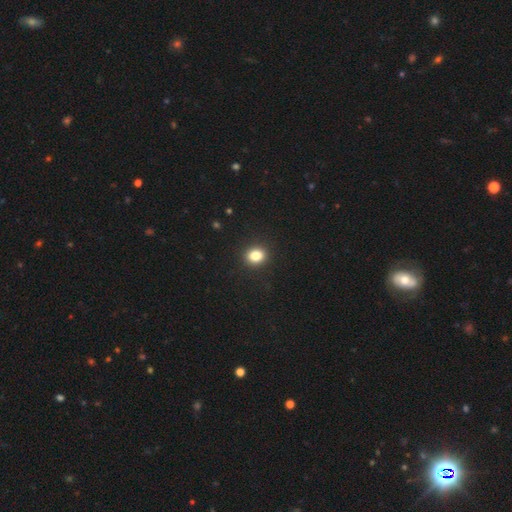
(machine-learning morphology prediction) Q: Smooth or featured?
A: smooth (83%); runner-up: star or artifact (11%)
Q: How rounded?
A: round (68%); runner-up: in between (31%)
Q: Merging?
A: none (91%); runner-up: minor disturbance (6%)